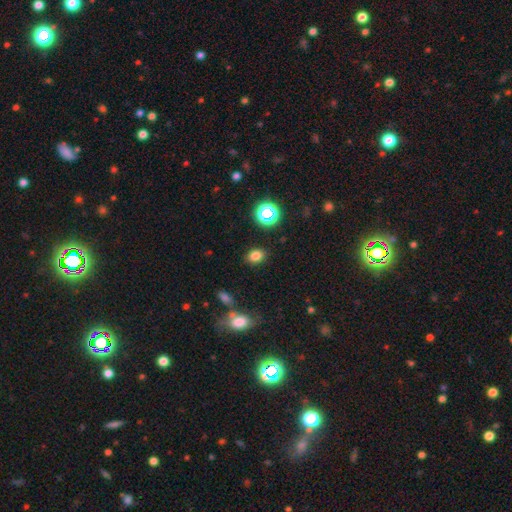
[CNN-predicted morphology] Smooth or featured? Predicted: smooth (p=0.79). How rounded? Predicted: in between (p=0.69). Merging? Predicted: none (p=0.85).